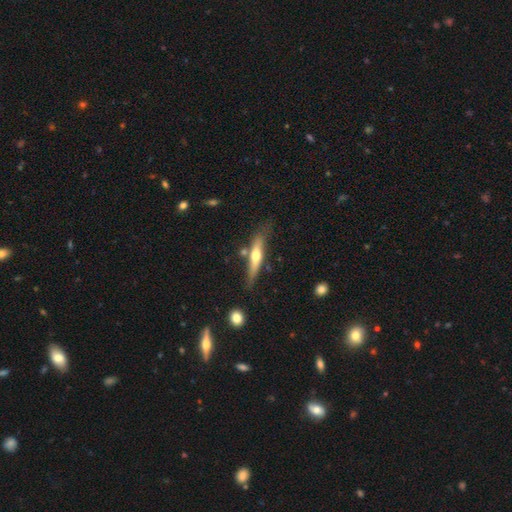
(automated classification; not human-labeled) Smooth or featured: featured or disk — 54% (smooth — 41%)
Edge-on disk: yes — 91% (no — 9%)
Merging: none — 67% (minor disturbance — 20%)